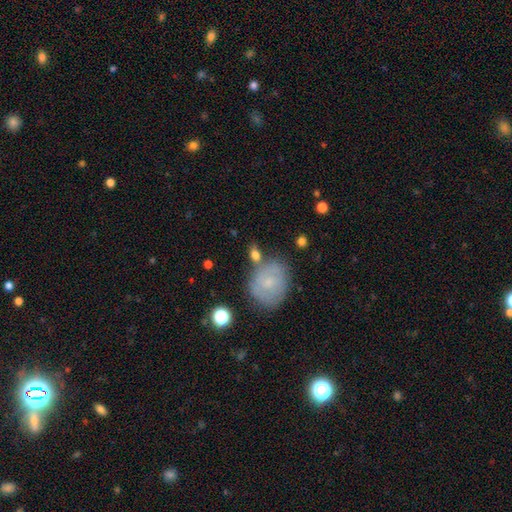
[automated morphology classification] A smooth galaxy with no disk features (69%) that is in between round and cigar-shaped (48%, tied with round). Merging: none (63%).